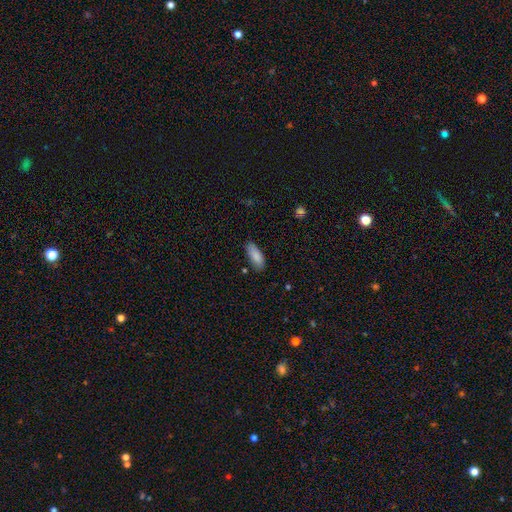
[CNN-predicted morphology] This is clearly a smooth galaxy (87%). How rounded: likely in between (75%). Merging: clearly none (81%).